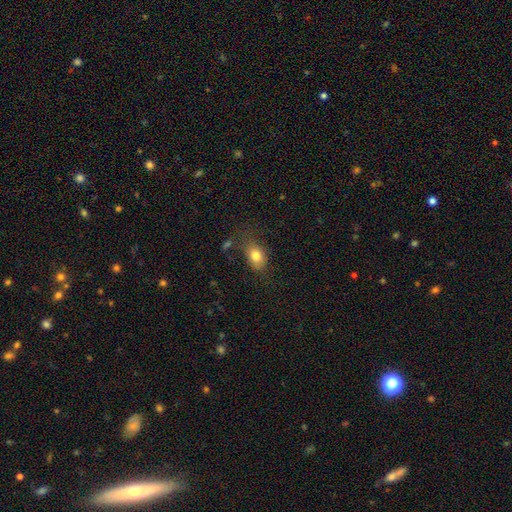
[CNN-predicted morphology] This is likely a smooth galaxy (80%). How rounded: likely in between (78%). Merging: likely none (67%).